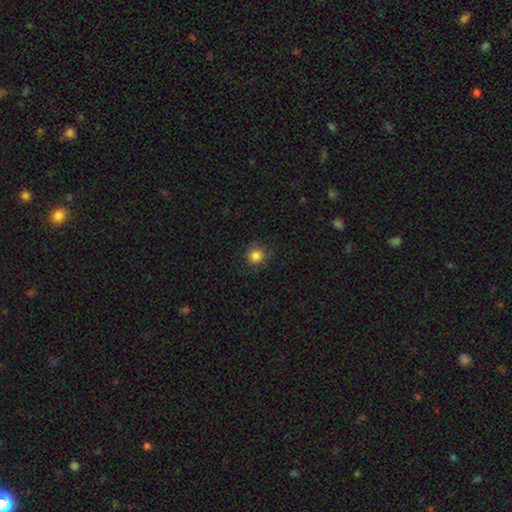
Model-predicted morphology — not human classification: The model was most divided on "merging": none: 82%, minor disturbance: 13%, major disturbance: 4%, merger: 1%. More confident: how rounded — round (90%); smooth or featured — smooth (84%).